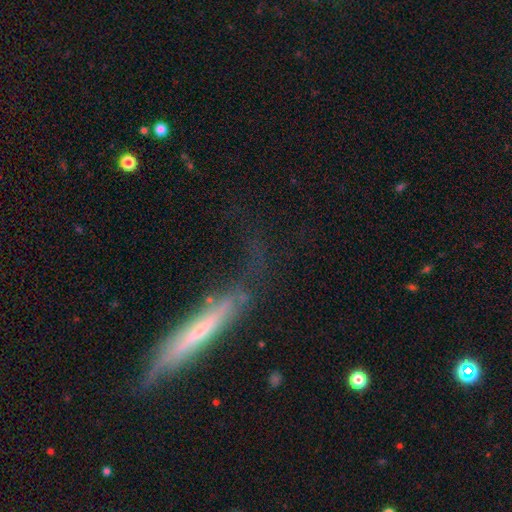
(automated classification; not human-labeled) Q: Smooth or featured?
A: featured or disk (55%); runner-up: smooth (36%)
Q: Edge-on disk?
A: yes (76%); runner-up: no (24%)
Q: Merging?
A: none (52%); runner-up: minor disturbance (25%)